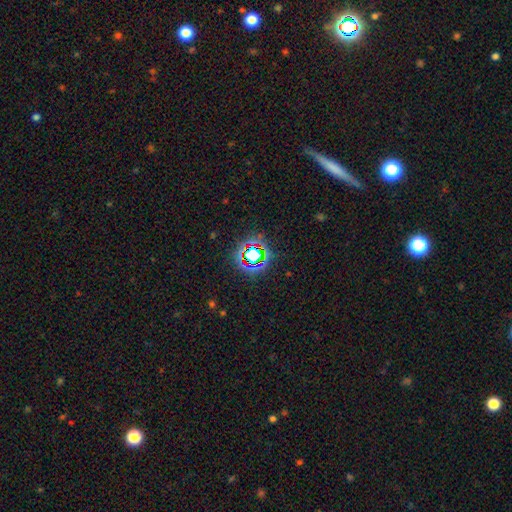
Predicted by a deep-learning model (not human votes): smooth-or-featured: star or artifact: 69% | smooth: 19% | featured or disk: 12%